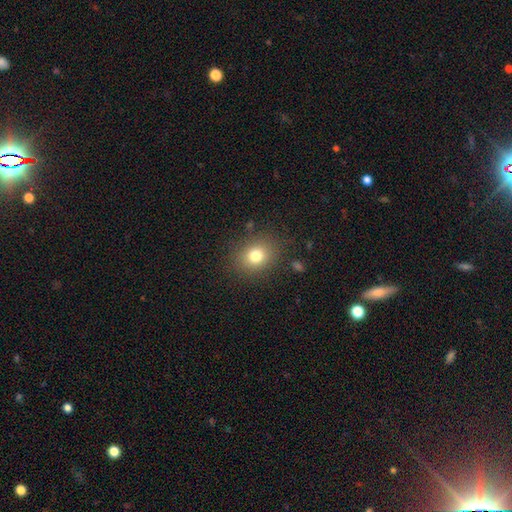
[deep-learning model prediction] A smooth galaxy with no disk features (78%) that is round (59%). Merging: none (84%).